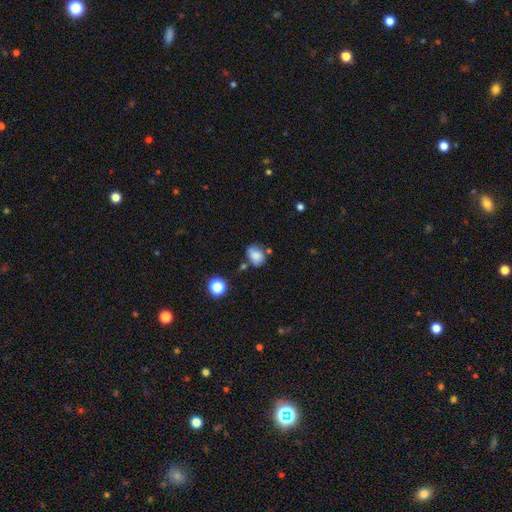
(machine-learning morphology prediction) Smooth or featured? smooth (79%)
How rounded? in between (66%)
Merging? none (55%)